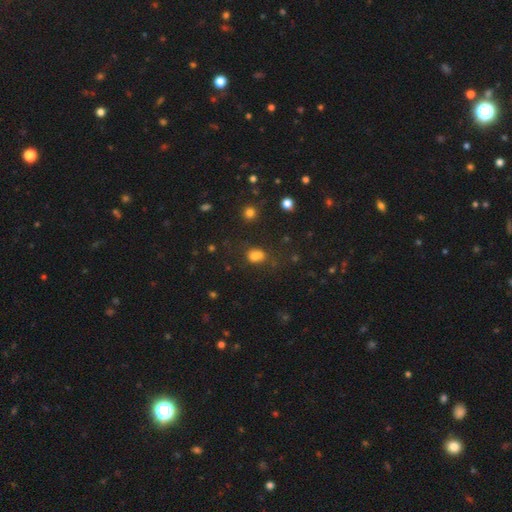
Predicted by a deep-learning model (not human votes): Morphology: type=smooth (73%); roundness=in between (68%); merging=none (50%).